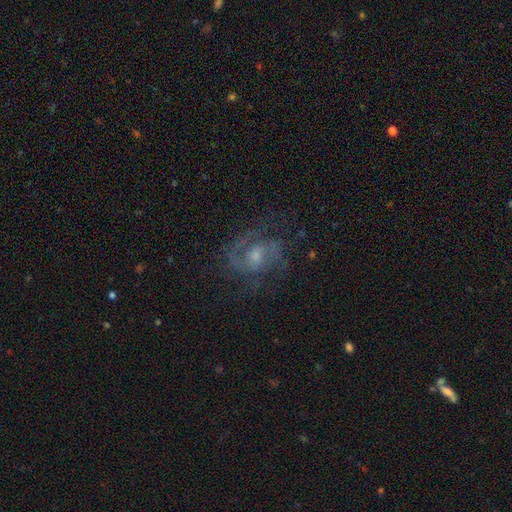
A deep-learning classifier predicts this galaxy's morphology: This appears to be a featured or disk galaxy (83%) with a weak bar (46%), 2 (76%) medium (56%) spiral arms (96%) and a moderate central bulge (49%). Merging: none (74%).